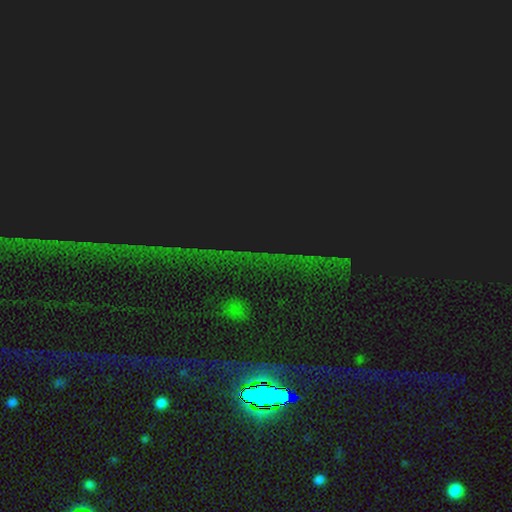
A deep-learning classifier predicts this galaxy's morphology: star or artifact 88%, featured or disk 6%, smooth 6%.